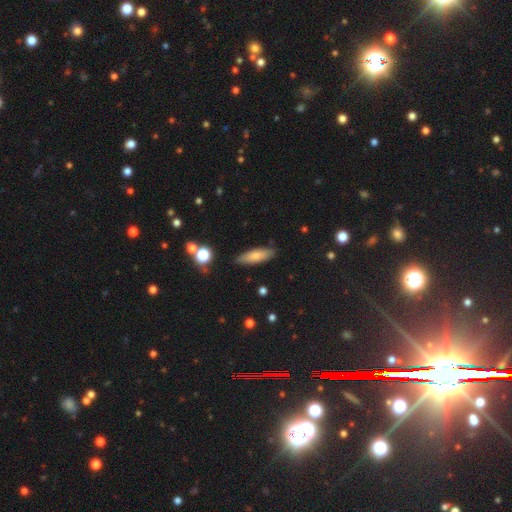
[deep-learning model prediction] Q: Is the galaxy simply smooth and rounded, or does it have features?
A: smooth — 76%.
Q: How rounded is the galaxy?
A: cigar-shaped — 50%.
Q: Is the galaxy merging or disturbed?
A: none — 86%.